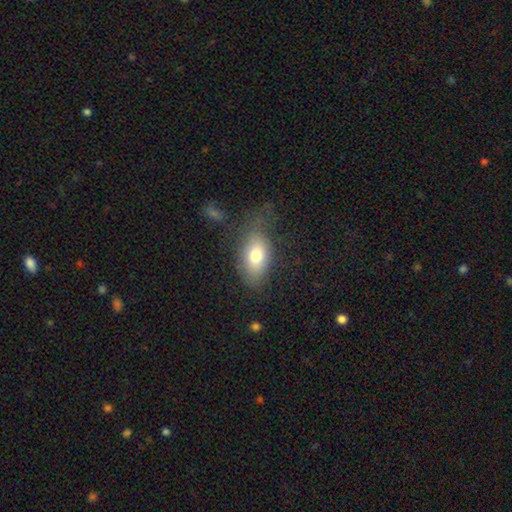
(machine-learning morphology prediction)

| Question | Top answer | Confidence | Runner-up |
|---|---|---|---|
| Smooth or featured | smooth | 74% | featured or disk (17%) |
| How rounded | in between | 88% | round (10%) |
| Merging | none | 56% | minor disturbance (24%) |